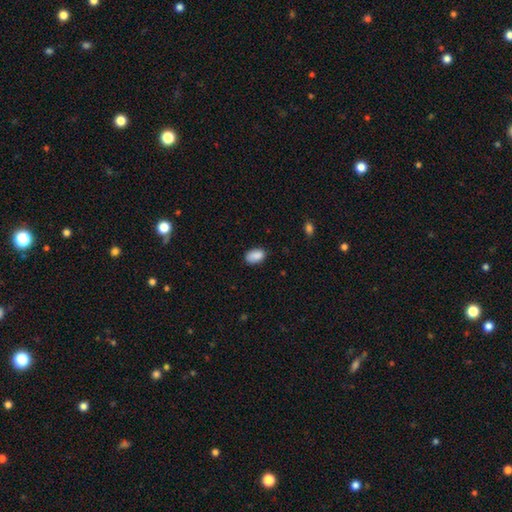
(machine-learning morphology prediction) This appears to be a smooth galaxy with no disk features (89%) that is in between round and cigar-shaped (90%). Merging: none (80%).